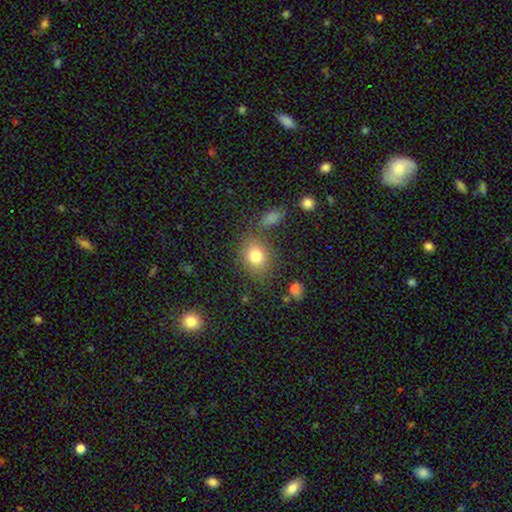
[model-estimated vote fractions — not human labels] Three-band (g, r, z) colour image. It shows a smooth galaxy with no disk features (79%) that is round (54%). Merging: none (76%).